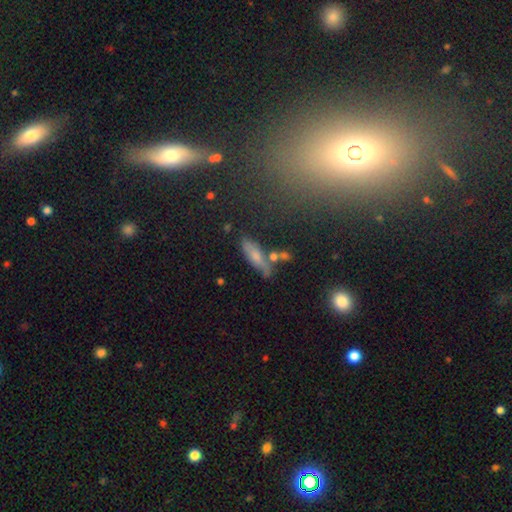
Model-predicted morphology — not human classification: Smooth or featured: smooth — 57% (featured or disk — 32%)
How rounded: cigar-shaped — 54% (in between — 42%)
Merging: none — 59% (minor disturbance — 20%)